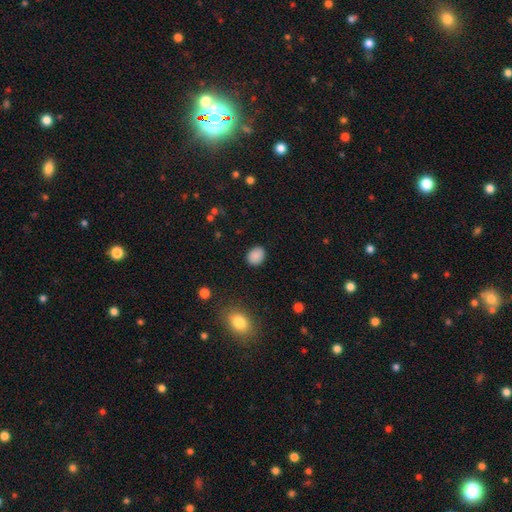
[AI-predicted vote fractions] The model was most divided on "how rounded": in between: 56%, round: 43%, cigar-shaped: 1%. More confident: merging — none (88%); smooth or featured — smooth (87%).